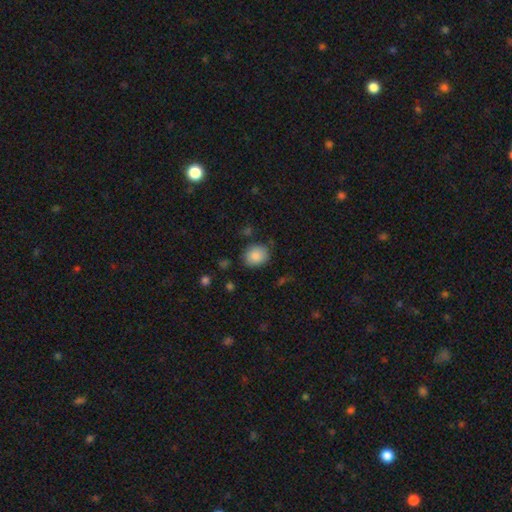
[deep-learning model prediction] A smooth galaxy with no disk features (87%) that is round (61%).

Vote fractions:
- Smooth or featured? smooth: 87% / star or artifact: 8% / featured or disk: 5%
- How rounded? round: 61% / in between: 38% / cigar-shaped: 1%
- Merging? none: 81% / minor disturbance: 13% / major disturbance: 3% / merger: 2%